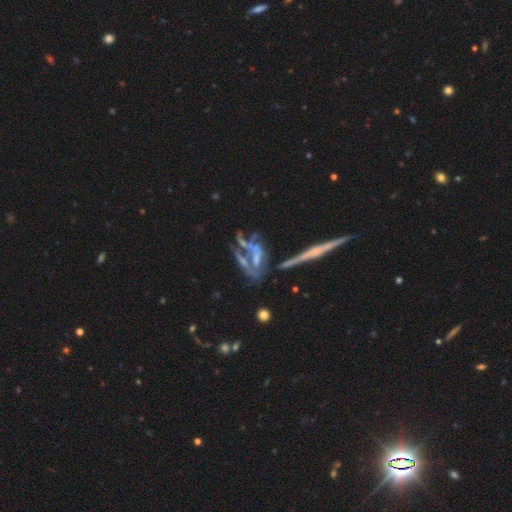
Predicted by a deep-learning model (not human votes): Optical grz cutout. It shows a featured or disk galaxy (66%). Merging: merger (35%).